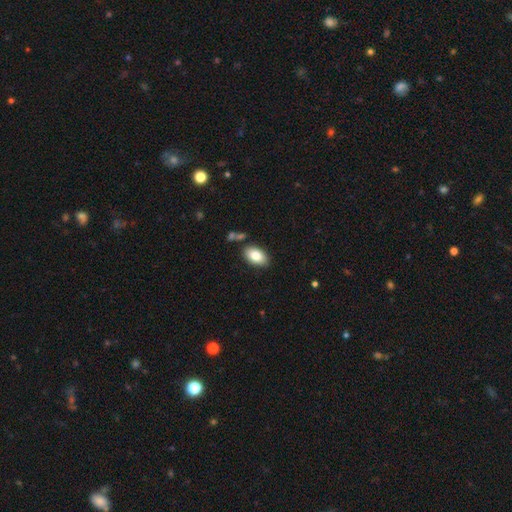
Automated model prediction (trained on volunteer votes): smooth-or-featured: smooth: 83% | featured or disk: 10% | star or artifact: 7%
  how-rounded: in between: 93% | round: 6% | cigar-shaped: 2%
  merging: none: 82% | minor disturbance: 11% | merger: 4% | major disturbance: 3%